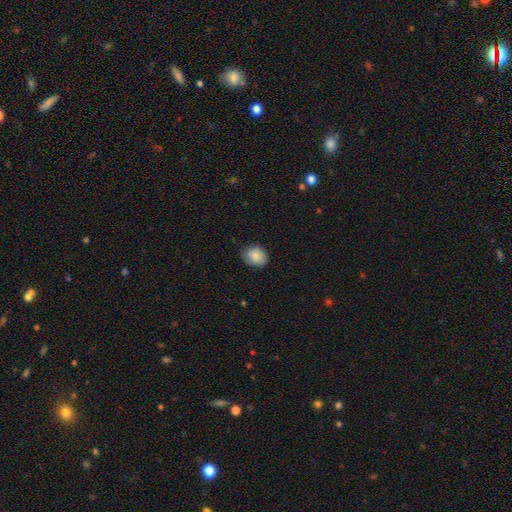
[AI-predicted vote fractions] smooth 85%, star or artifact 8%, featured or disk 8%. Down the decision tree: how rounded — round (63%); merging — none (72%).